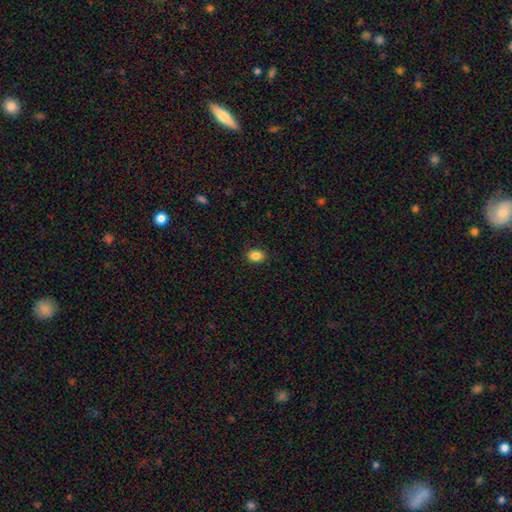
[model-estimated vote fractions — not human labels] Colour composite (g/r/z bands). It shows a smooth galaxy with no disk features (86%) that is in between round and cigar-shaped (55%). Merging: none (89%).